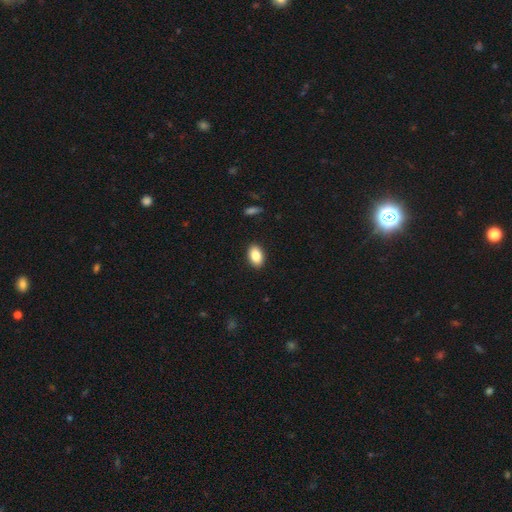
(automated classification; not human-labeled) A smooth galaxy with no disk features (86%) that is in between round and cigar-shaped (90%).

Vote fractions:
- Smooth or featured? smooth: 86% / star or artifact: 8% / featured or disk: 6%
- How rounded? in between: 90% / round: 9% / cigar-shaped: 1%
- Merging? none: 90% / minor disturbance: 7% / major disturbance: 2% / merger: 1%